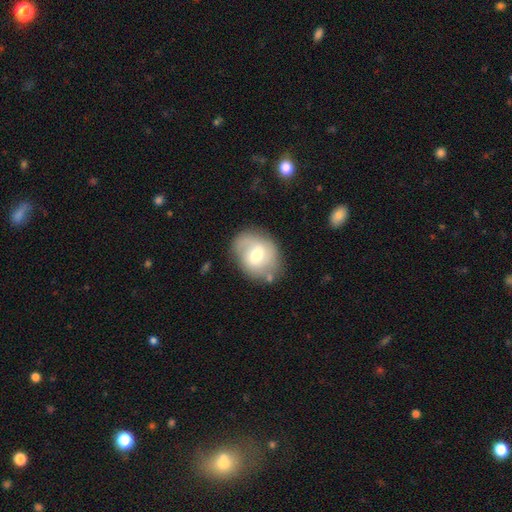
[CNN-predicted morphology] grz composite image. It shows a featured or disk galaxy (46%, tied with smooth). Merging: none (66%).